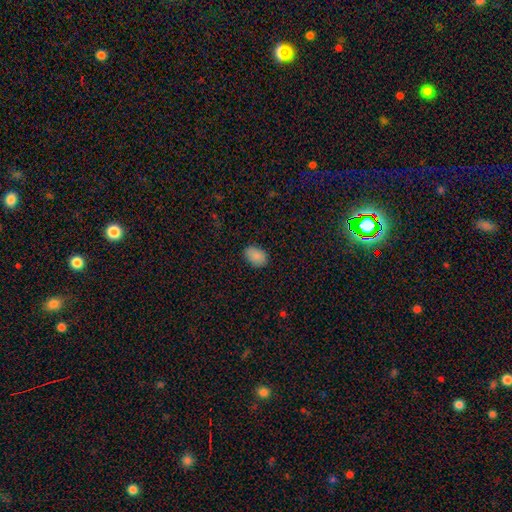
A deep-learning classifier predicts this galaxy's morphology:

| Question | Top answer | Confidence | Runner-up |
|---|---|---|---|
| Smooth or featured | smooth | 89% | star or artifact (8%) |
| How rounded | in between | 86% | round (13%) |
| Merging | none | 86% | minor disturbance (10%) |